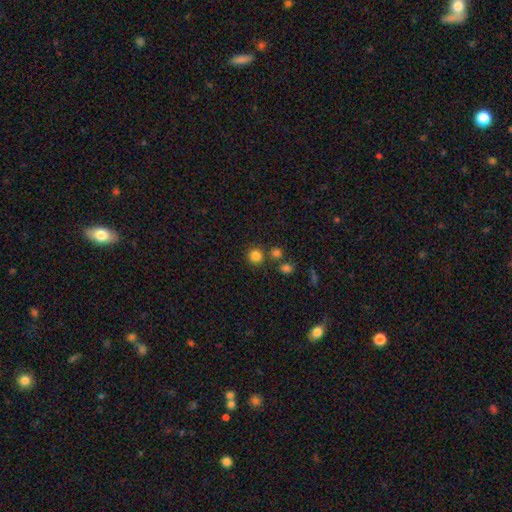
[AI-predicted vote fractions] smooth-or-featured: smooth: 82% | star or artifact: 14% | featured or disk: 4%
  how-rounded: round: 93% | in between: 6% | cigar-shaped: 1%
  merging: none: 80% | merger: 10% | minor disturbance: 7% | major disturbance: 3%